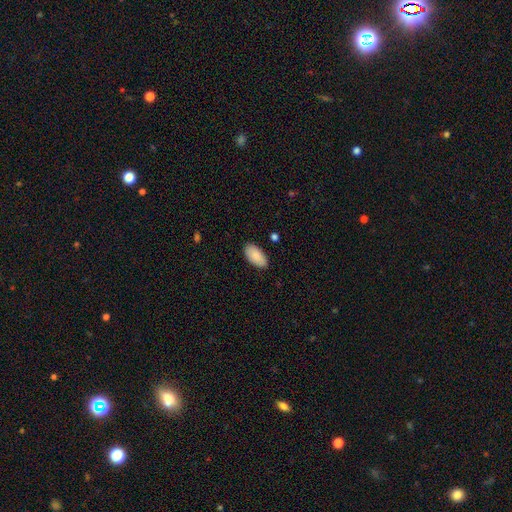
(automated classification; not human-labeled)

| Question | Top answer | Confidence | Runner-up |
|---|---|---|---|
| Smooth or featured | smooth | 89% | star or artifact (6%) |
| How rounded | in between | 95% | cigar-shaped (3%) |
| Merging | none | 86% | minor disturbance (11%) |